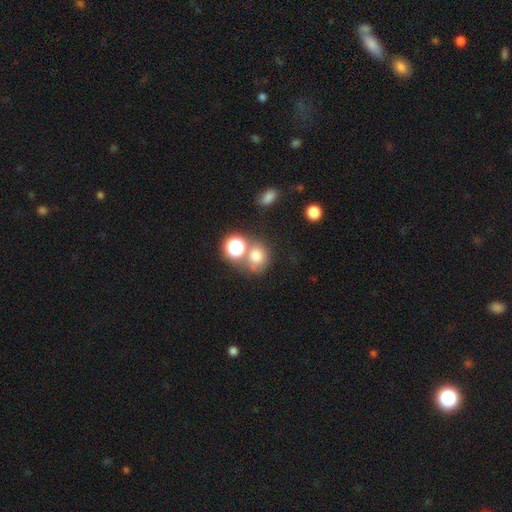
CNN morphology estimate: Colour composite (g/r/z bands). It shows a smooth galaxy with no disk features (71%) that is round (68%). Merging: none (48%).